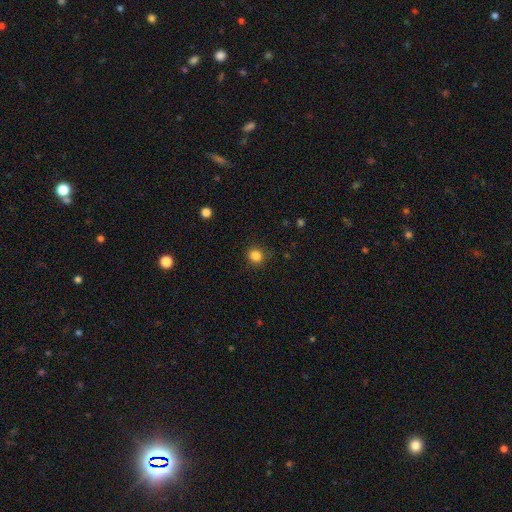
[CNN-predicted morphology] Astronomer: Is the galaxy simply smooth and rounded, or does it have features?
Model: smooth — 84%.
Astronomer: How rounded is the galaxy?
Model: round — 87%.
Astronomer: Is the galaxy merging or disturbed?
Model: none — 87%.